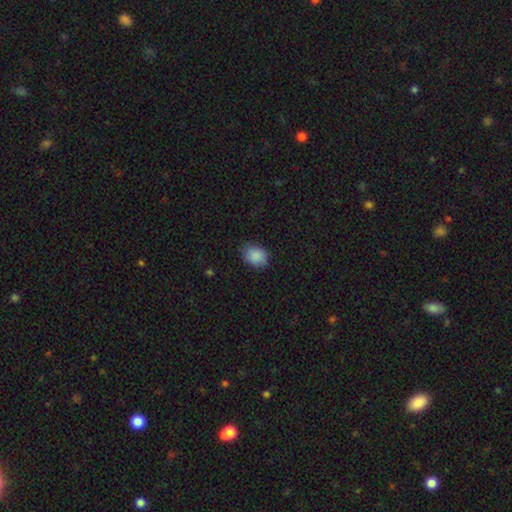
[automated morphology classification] smooth 88%, star or artifact 8%, featured or disk 4%. Down the decision tree: how rounded — in between (57%); merging — none (80%).